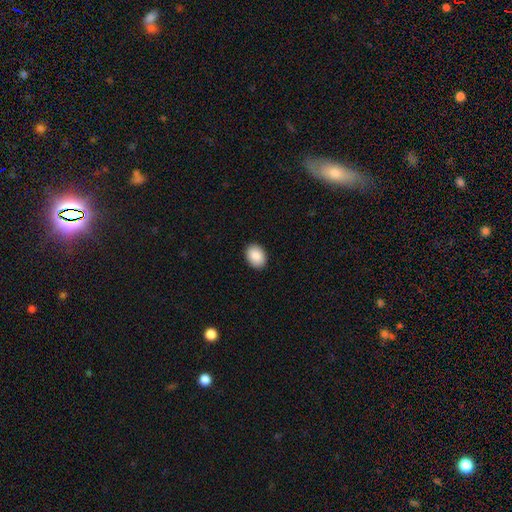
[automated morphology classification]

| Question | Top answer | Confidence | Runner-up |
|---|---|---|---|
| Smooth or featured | smooth | 89% | star or artifact (7%) |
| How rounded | in between | 69% | round (30%) |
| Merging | none | 91% | minor disturbance (6%) |